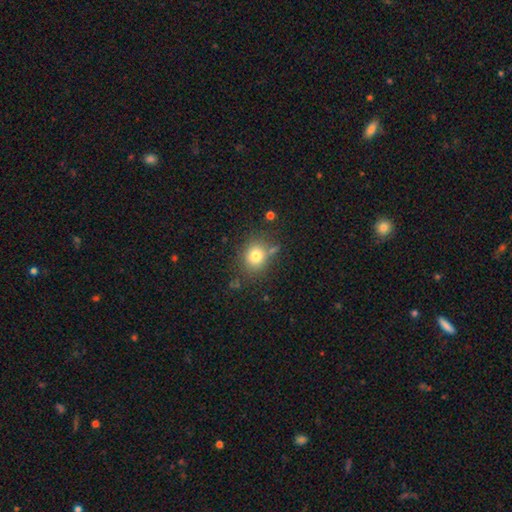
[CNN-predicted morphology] Smooth or featured? Predicted: smooth (p=0.78). How rounded? Predicted: round (p=0.73). Merging? Predicted: none (p=0.73).